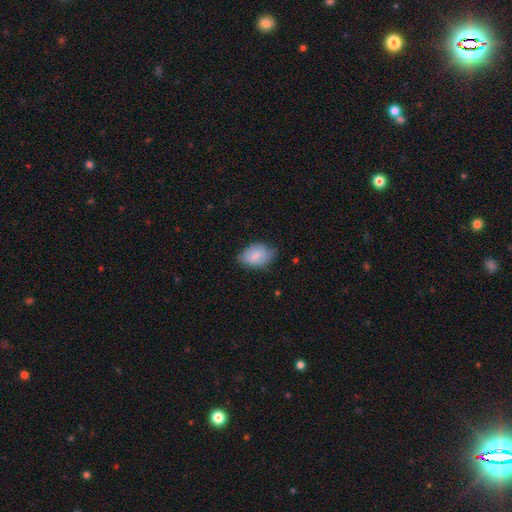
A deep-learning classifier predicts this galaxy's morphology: Smooth or featured? Predicted: smooth (p=0.83). How rounded? Predicted: in between (p=0.87). Merging? Predicted: none (p=0.63).